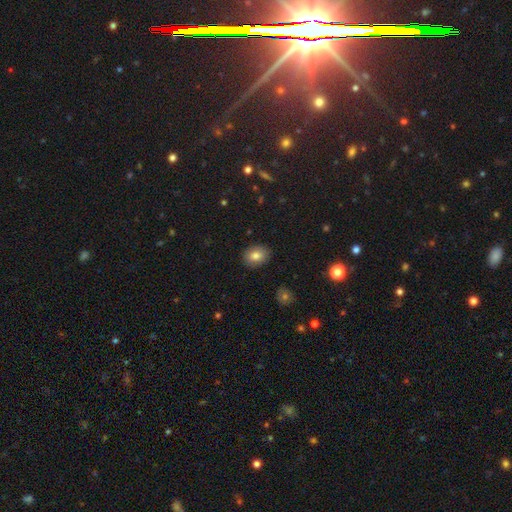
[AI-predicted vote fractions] smooth 80%, featured or disk 10%, star or artifact 9%. Down the decision tree: how rounded — in between (59%); merging — none (89%).